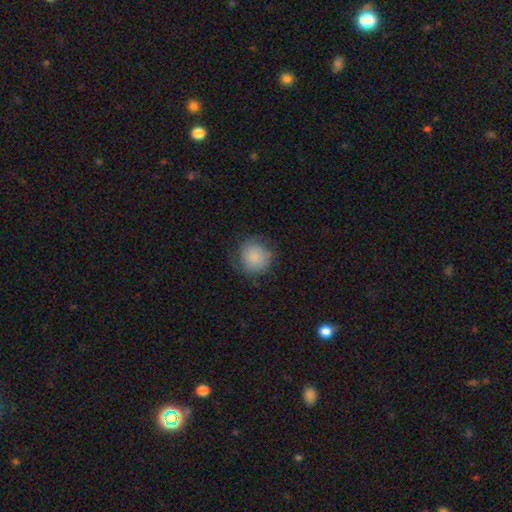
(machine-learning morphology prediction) The model was most divided on "merging": none: 72%, minor disturbance: 19%, major disturbance: 8%, merger: 1%. More confident: how rounded — round (90%); smooth or featured — smooth (81%).